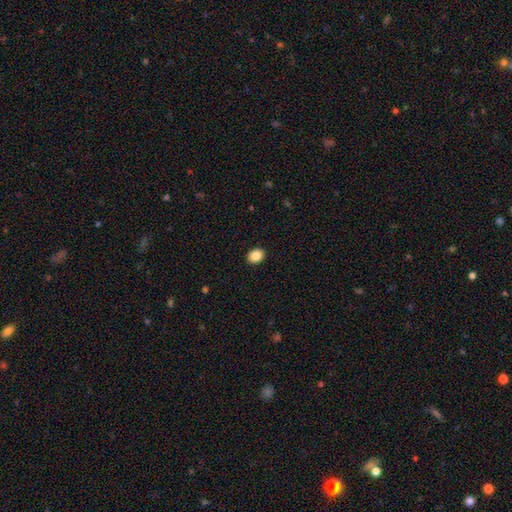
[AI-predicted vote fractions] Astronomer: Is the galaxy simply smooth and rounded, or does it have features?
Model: smooth — 87%.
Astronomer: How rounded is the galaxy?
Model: in between — 56% (runner-up: round, 43%).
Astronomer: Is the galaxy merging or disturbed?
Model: none — 91%.